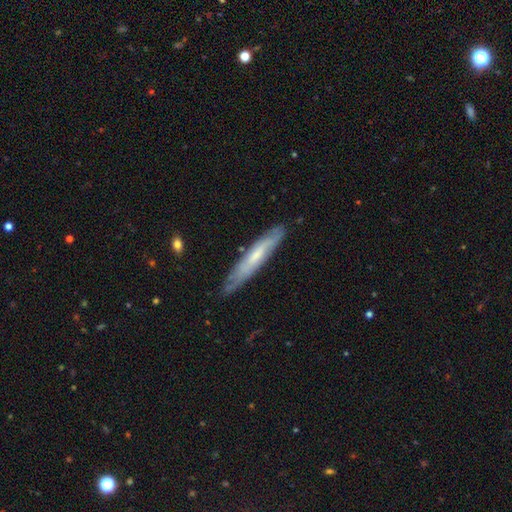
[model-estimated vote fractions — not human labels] Q: Smooth or featured?
A: featured or disk (52%); runner-up: smooth (42%)
Q: Edge-on disk?
A: yes (70%); runner-up: no (30%)
Q: Merging?
A: none (78%); runner-up: minor disturbance (18%)